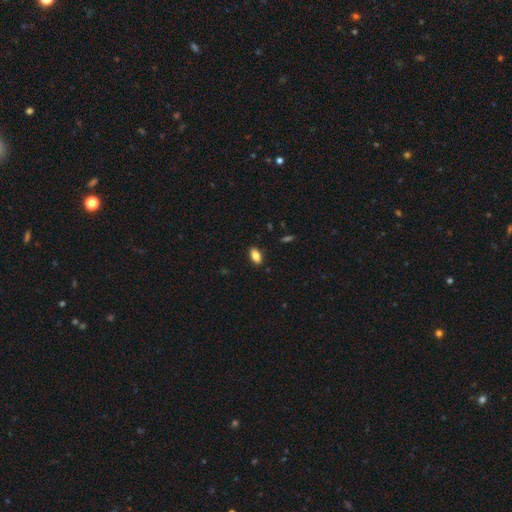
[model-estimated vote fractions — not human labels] Smooth or featured? Predicted: smooth (p=0.83). How rounded? Predicted: in between (p=0.90). Merging? Predicted: none (p=0.88).